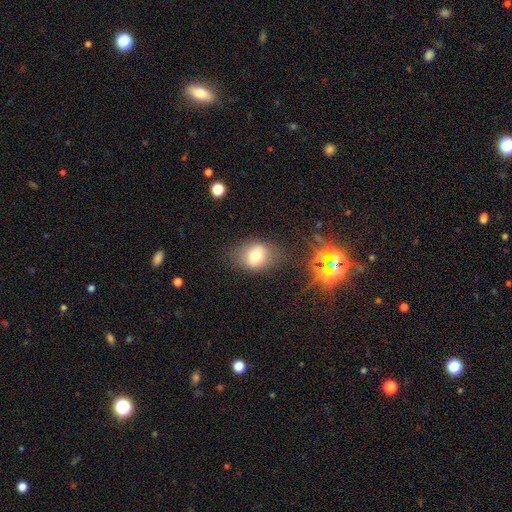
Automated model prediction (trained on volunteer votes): smooth 71%, featured or disk 15%, star or artifact 14%. Down the decision tree: how rounded — in between (56%); merging — none (74%).